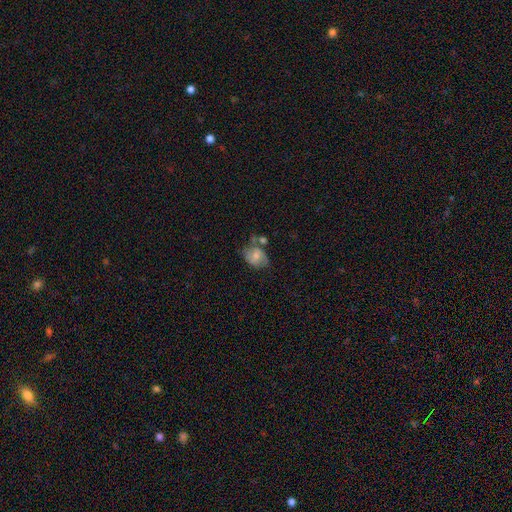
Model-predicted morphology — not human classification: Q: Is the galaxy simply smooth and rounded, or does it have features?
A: smooth — 54%.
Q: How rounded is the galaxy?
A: in between — 63%.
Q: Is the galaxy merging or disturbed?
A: none — 42%.